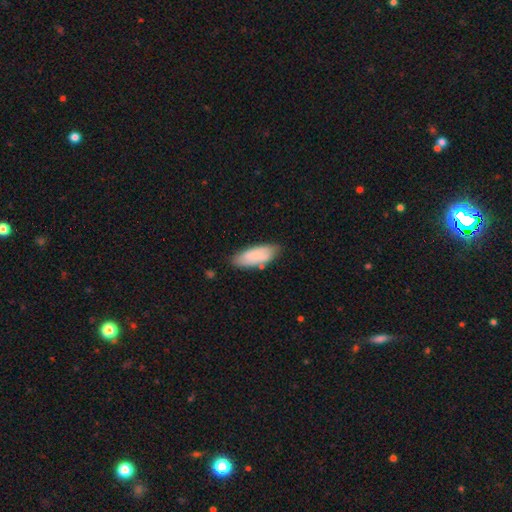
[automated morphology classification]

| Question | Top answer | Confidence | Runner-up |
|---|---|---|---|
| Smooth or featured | smooth | 83% | featured or disk (10%) |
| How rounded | in between | 78% | cigar-shaped (21%) |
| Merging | none | 76% | minor disturbance (17%) |